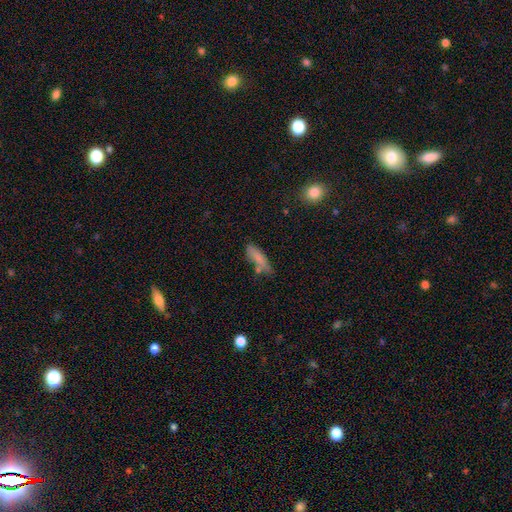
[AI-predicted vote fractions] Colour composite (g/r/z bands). It shows a smooth galaxy with no disk features (75%) that is cigar-shaped (61%). Merging: none (62%).